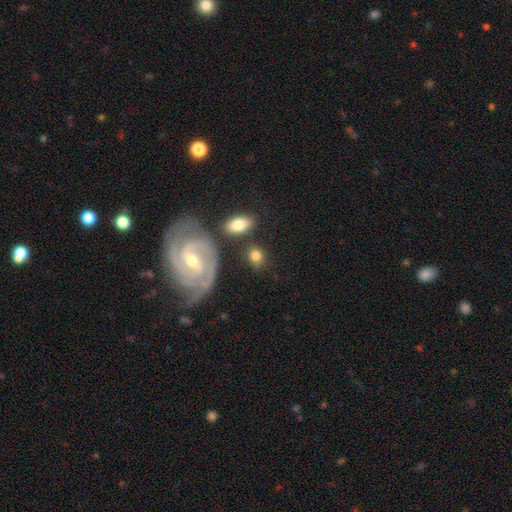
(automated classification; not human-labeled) A smooth galaxy with no disk features (73%) that is round (54%).

Vote fractions:
- Smooth or featured? smooth: 73% / featured or disk: 19% / star or artifact: 8%
- How rounded? round: 54% / in between: 43% / cigar-shaped: 3%
- Merging? none: 69% / minor disturbance: 16% / merger: 9% / major disturbance: 7%